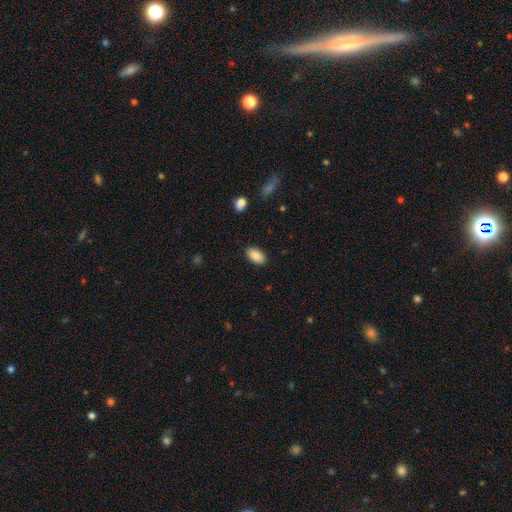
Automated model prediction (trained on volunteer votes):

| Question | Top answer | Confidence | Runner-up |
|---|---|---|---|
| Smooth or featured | smooth | 88% | star or artifact (7%) |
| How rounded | in between | 94% | round (5%) |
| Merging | none | 88% | minor disturbance (8%) |